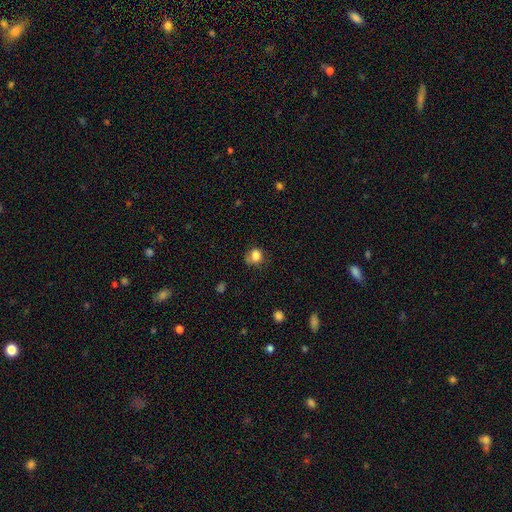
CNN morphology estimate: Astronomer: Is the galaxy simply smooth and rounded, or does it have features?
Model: smooth — 81%.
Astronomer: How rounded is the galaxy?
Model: round — 65%.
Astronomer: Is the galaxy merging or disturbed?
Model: none — 58%.